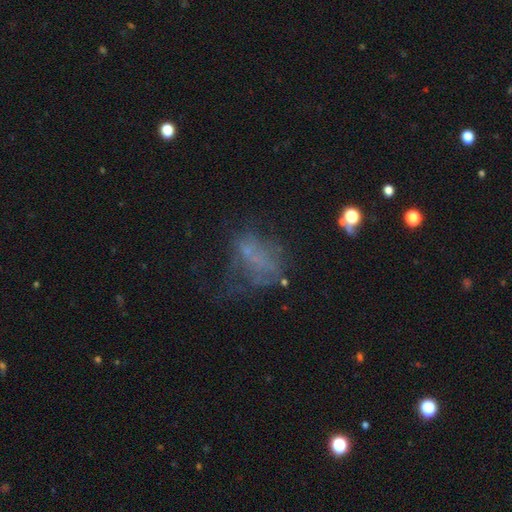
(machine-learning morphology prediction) This is marginally a smooth galaxy (36%). Merging: marginally major disturbance (39%).